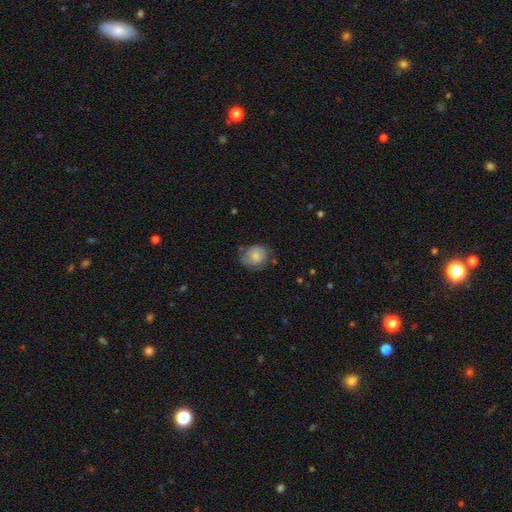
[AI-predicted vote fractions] A smooth galaxy with no disk features (67%) that is round (65%). Merging: none (57%).